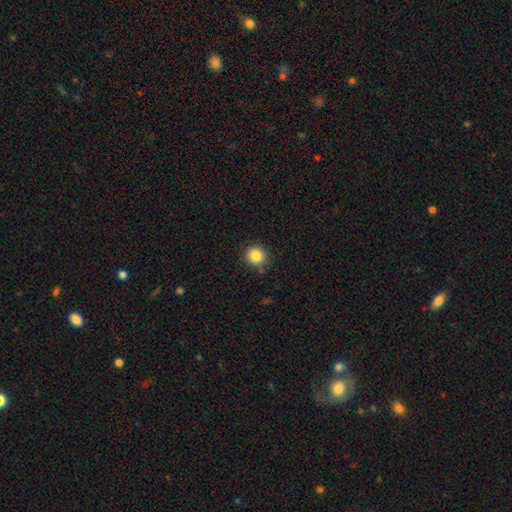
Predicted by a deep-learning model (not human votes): Q: Smooth or featured?
A: smooth (85%); runner-up: star or artifact (10%)
Q: How rounded?
A: round (91%); runner-up: in between (9%)
Q: Merging?
A: none (86%); runner-up: minor disturbance (9%)